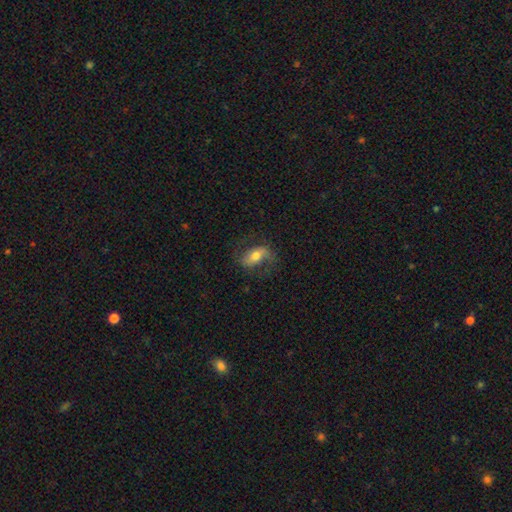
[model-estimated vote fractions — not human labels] Morphology: type=featured or disk (50%); merging=none (67%).